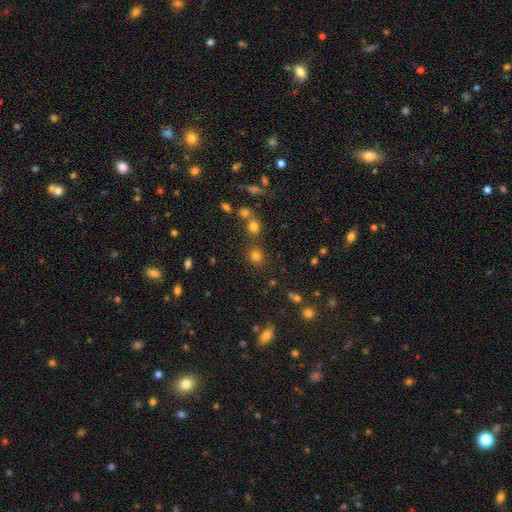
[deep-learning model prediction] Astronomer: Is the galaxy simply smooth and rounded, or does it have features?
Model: smooth — 76%.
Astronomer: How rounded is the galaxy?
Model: round — 86%.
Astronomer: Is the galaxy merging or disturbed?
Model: none — 78%.